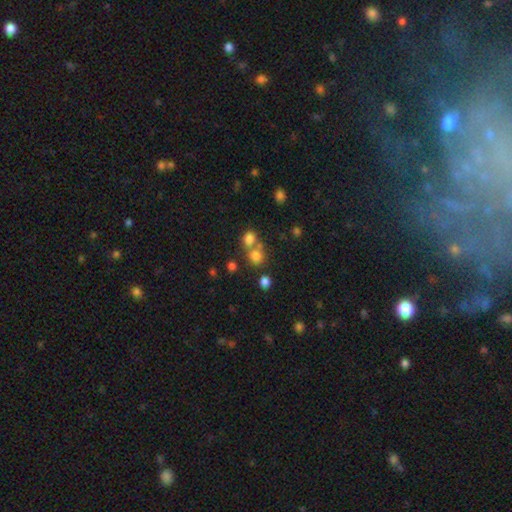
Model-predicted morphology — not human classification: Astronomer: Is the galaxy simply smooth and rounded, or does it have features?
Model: smooth — 74%.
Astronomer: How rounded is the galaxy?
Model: round — 84%.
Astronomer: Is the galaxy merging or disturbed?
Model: none — 52% (runner-up: merger, 38%).